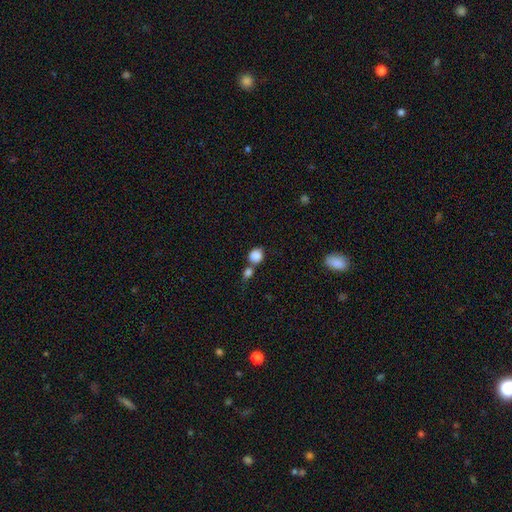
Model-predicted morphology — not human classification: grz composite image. It shows a smooth galaxy with no disk features (86%) that is round (74%). Merging: merger (44%).